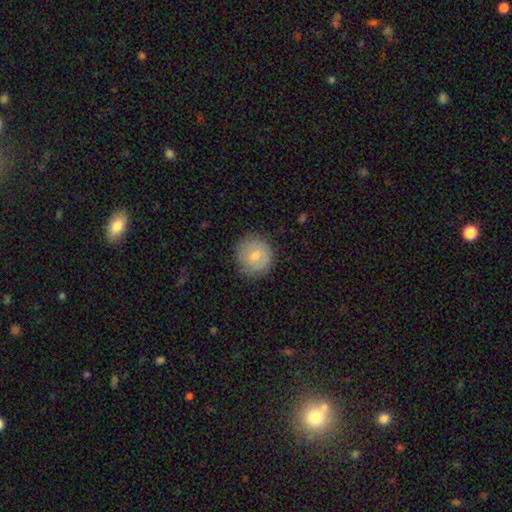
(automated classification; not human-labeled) Smooth or featured?
  - smooth: 75% *
  - featured or disk: 18%
  - star or artifact: 7%
How rounded?
  - round: 92% *
  - in between: 7%
  - cigar-shaped: 1%
Merging?
  - none: 84% *
  - minor disturbance: 12%
  - major disturbance: 3%
  - merger: 1%